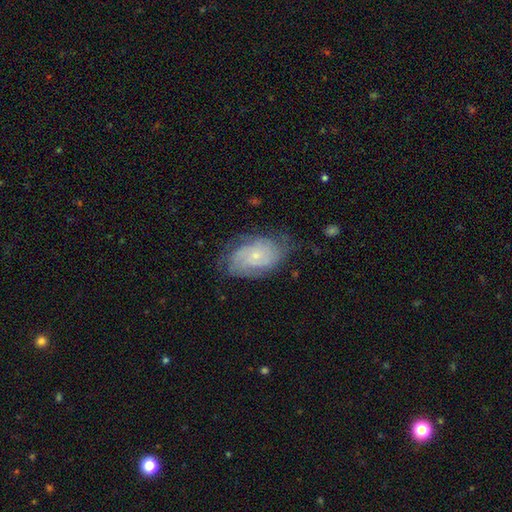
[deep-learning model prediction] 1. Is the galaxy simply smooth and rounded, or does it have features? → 67% featured or disk, 25% smooth, 8% star or artifact.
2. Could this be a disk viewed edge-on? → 96% no, 4% yes.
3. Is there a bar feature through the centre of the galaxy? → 78% no, 20% weak, 3% strong.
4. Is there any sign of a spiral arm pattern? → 88% yes, 12% no.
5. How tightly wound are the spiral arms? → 63% tight, 28% medium, 9% loose.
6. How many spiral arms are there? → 49% can't tell, 21% 2, 13% 3, 8% 4, 5% more than 4, 5% 1.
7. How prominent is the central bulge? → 78% small, 16% moderate, 4% none, 1% large, 1% dominant.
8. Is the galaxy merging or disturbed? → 66% none, 23% minor disturbance, 9% major disturbance, 1% merger.